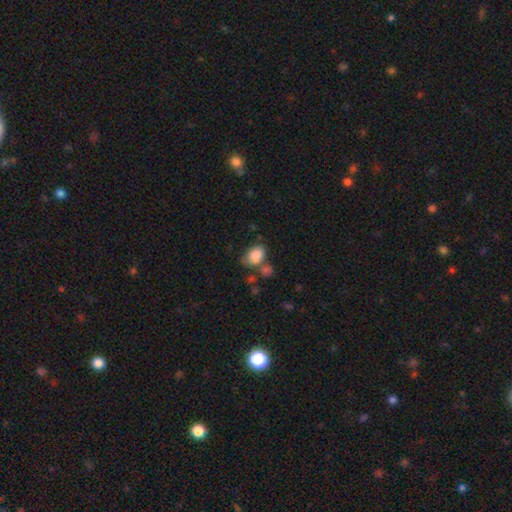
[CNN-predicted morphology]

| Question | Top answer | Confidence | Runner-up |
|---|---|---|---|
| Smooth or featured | smooth | 84% | star or artifact (8%) |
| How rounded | in between | 81% | round (18%) |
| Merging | none | 44% | merger (27%) |